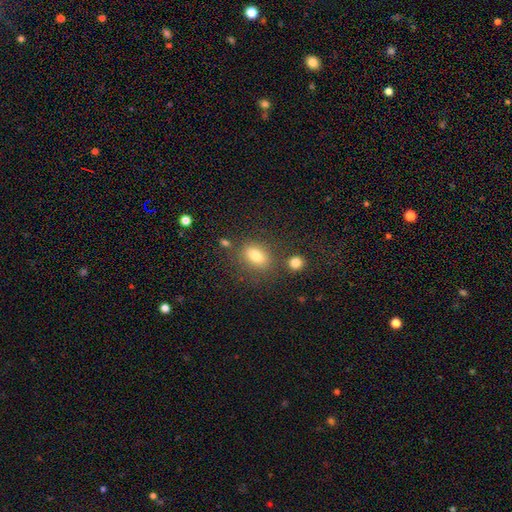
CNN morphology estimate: The model was most divided on "how rounded": in between: 74%, round: 23%, cigar-shaped: 3%. More confident: smooth or featured — smooth (79%); merging — none (73%).